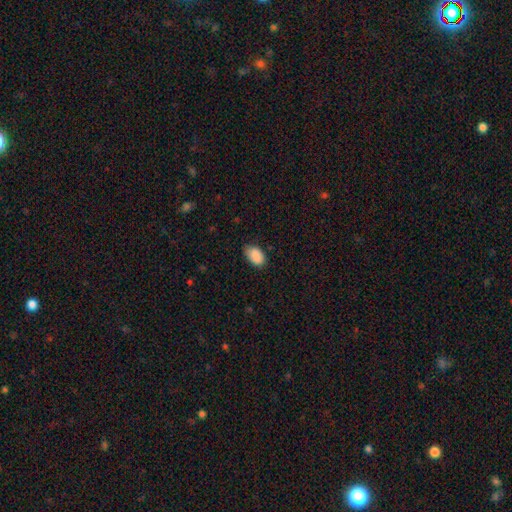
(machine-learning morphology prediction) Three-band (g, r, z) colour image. It shows a smooth galaxy with no disk features (90%) that is in between round and cigar-shaped (91%). Merging: none (75%).